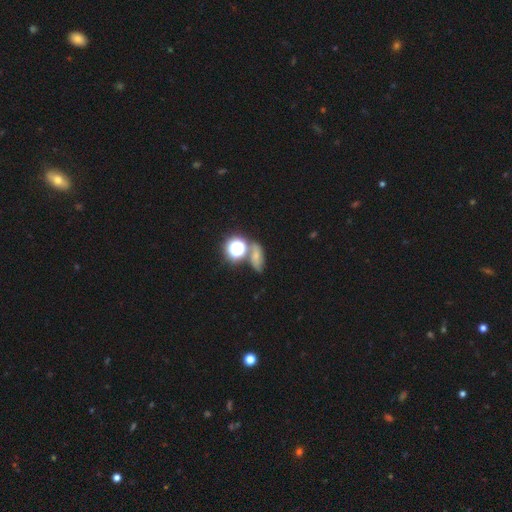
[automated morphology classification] smooth-or-featured: smooth: 46% | star or artifact: 31% | featured or disk: 24%
  merging: none: 50% | merger: 22% | minor disturbance: 18% | major disturbance: 10%